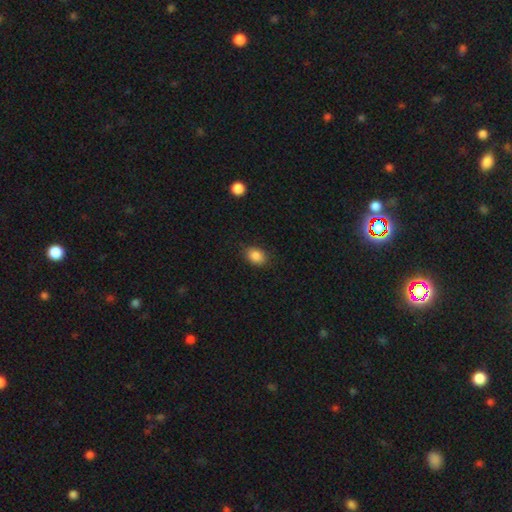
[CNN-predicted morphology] smooth 86%, star or artifact 9%, featured or disk 5%. Down the decision tree: how rounded — in between (69%); merging — none (81%).